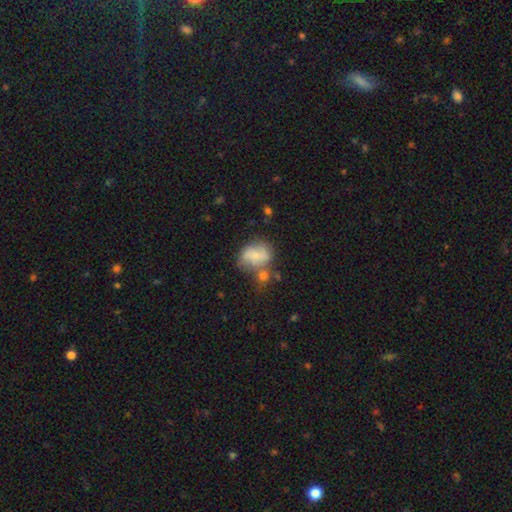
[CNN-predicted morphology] Q: Smooth or featured?
A: smooth (51%); runner-up: featured or disk (39%)
Q: How rounded?
A: in between (57%); runner-up: round (41%)
Q: Merging?
A: none (36%); runner-up: merger (26%)